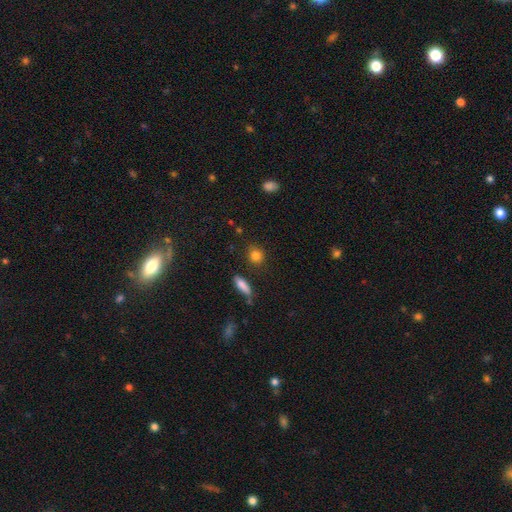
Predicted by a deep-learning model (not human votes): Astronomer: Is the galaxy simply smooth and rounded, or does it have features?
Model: smooth — 84%.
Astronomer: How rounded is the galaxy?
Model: round — 69%.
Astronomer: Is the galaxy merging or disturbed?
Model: none — 83%.